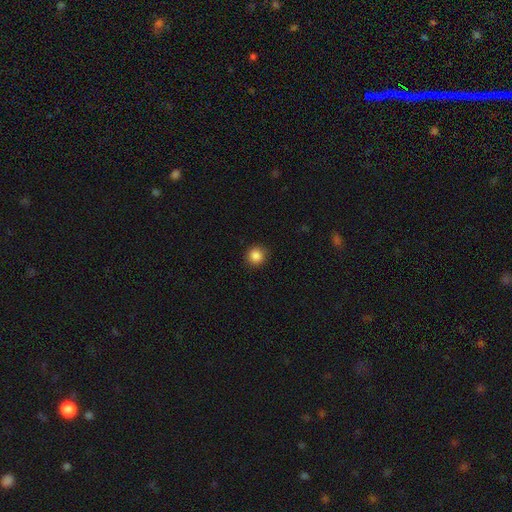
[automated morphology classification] Smooth or featured? Predicted: smooth (p=0.86). How rounded? Predicted: round (p=0.92). Merging? Predicted: none (p=0.89).